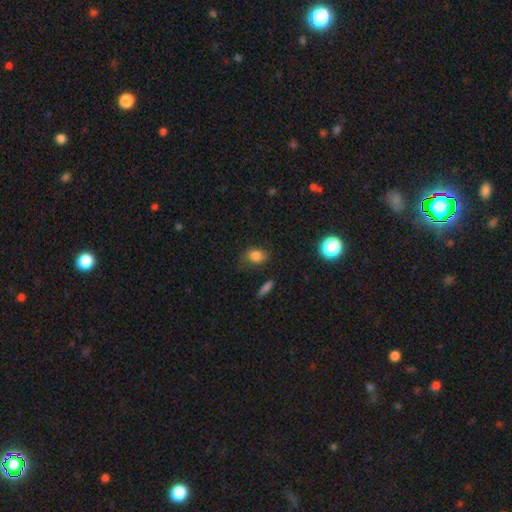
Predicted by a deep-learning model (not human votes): Smooth or featured: smooth — 82% (star or artifact — 11%)
How rounded: in between — 67% (round — 31%)
Merging: none — 69% (minor disturbance — 22%)